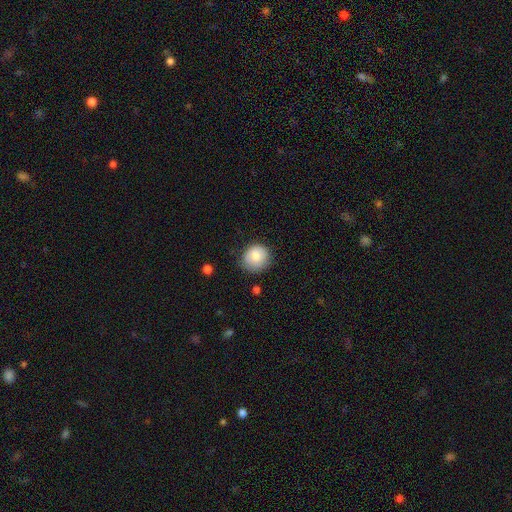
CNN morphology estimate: Smooth or featured? Predicted: smooth (p=0.82). How rounded? Predicted: round (p=0.85). Merging? Predicted: none (p=0.71).